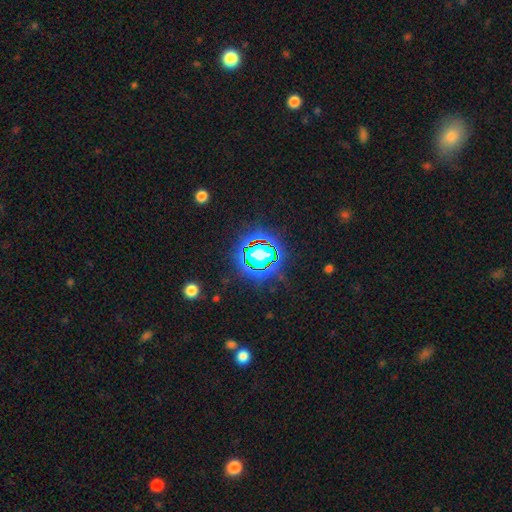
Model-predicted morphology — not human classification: Smooth or featured?
  - star or artifact: 80% *
  - smooth: 12%
  - featured or disk: 7%